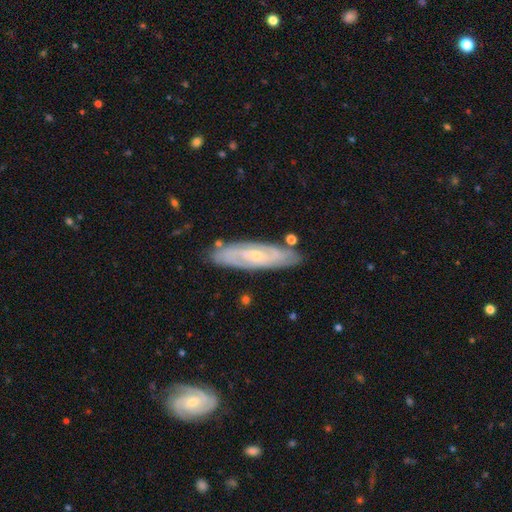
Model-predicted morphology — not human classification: This appears to be a featured or disk galaxy (74%) with no bar (62%), spiral arms (84%) and a small central bulge (71%). Merging: none (81%).